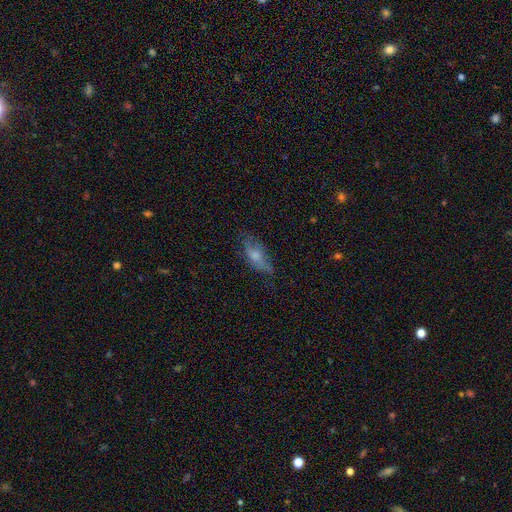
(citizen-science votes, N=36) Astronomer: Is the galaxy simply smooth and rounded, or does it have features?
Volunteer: smooth — 56% (runner-up: featured or disk, 39%).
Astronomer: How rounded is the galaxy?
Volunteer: in between — 95%.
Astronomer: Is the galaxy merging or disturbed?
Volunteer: none — 50% (runner-up: minor disturbance, 26%).